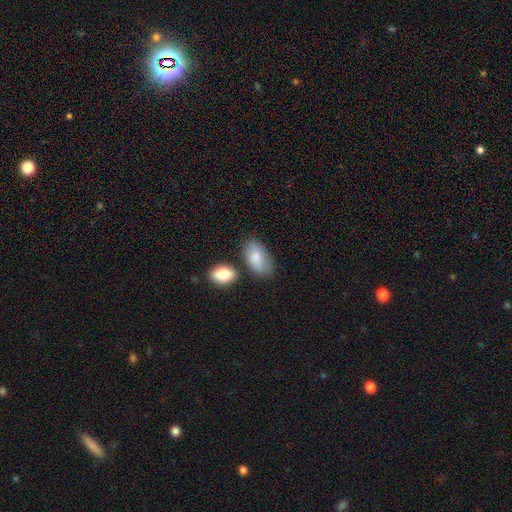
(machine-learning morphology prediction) Smooth or featured? smooth (82%)
How rounded? in between (93%)
Merging? none (62%)